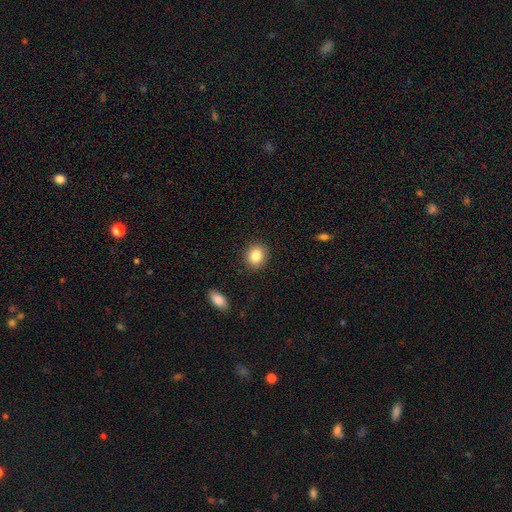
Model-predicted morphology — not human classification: smooth_or_featured: smooth (p=0.85) [alt: star or artifact p=0.09]
how_rounded: round (p=0.72) [alt: in between p=0.27]
merging: none (p=0.90) [alt: minor disturbance p=0.07]